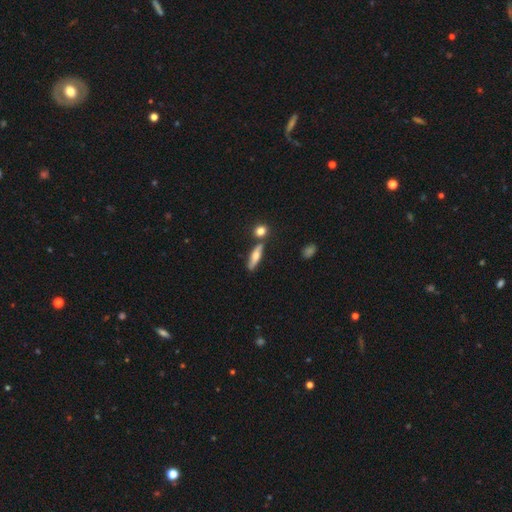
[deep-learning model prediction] This appears to be a smooth galaxy with no disk features (55%) that is cigar-shaped (67%). Merging: none (73%).